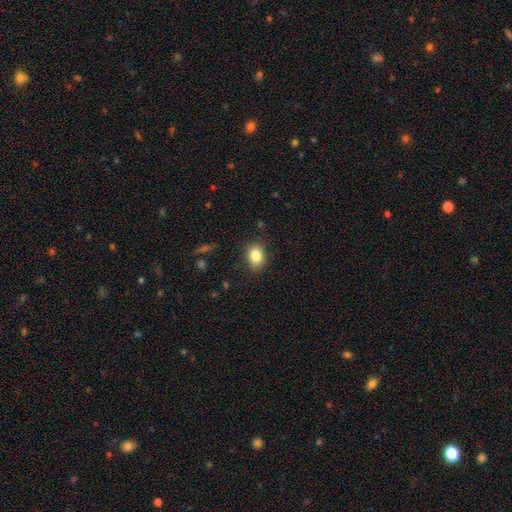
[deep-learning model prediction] smooth-or-featured: smooth: 84% | star or artifact: 9% | featured or disk: 7%
  how-rounded: in between: 67% | round: 32% | cigar-shaped: 1%
  merging: none: 85% | minor disturbance: 11% | major disturbance: 3% | merger: 1%